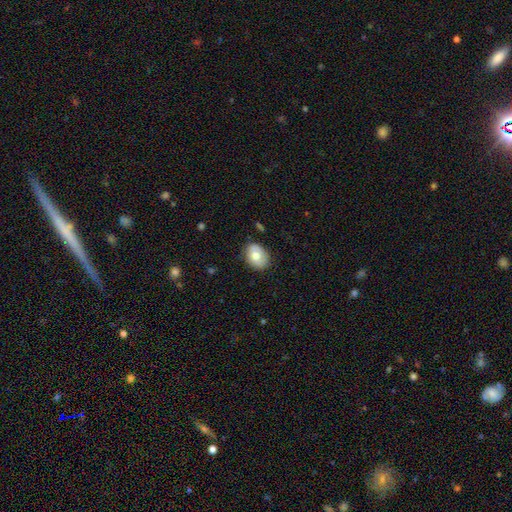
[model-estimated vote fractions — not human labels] smooth-or-featured: smooth: 71% | featured or disk: 21% | star or artifact: 7%
  how-rounded: in between: 68% | round: 31% | cigar-shaped: 1%
  merging: none: 81% | minor disturbance: 14% | major disturbance: 3% | merger: 1%